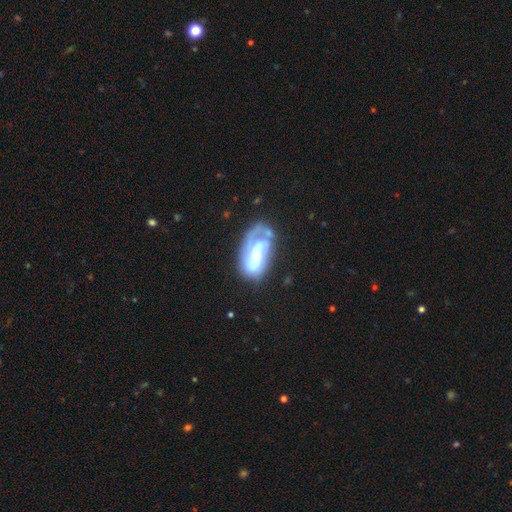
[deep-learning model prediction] This is likely a featured or disk galaxy (71%). It is clearly not viewed edge-on (96%). Bar: possibly no (49%). Spiral arm pattern: clearly yes (85%). Spiral arm count: marginally 2 (40%). Spiral winding: marginally medium (40%). Central bulge: marginally moderate (40%). Merging: marginally none (44%).